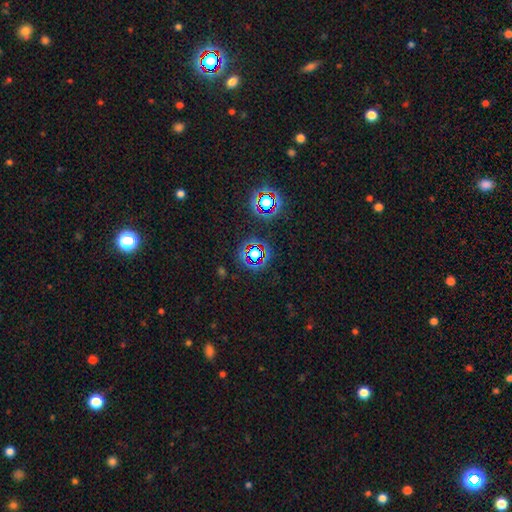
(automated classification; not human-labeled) Overall: star or artifact (67%).